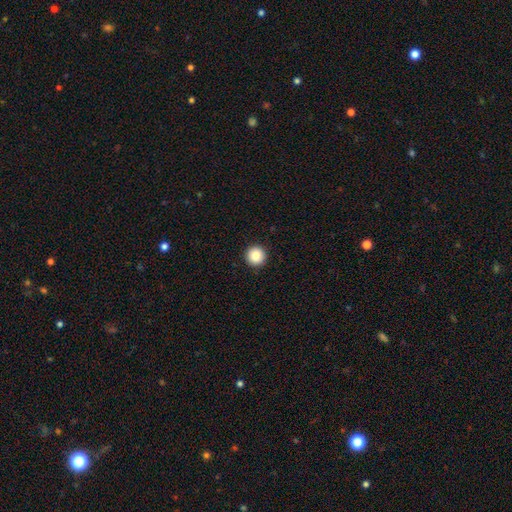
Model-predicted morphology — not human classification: A smooth galaxy with no disk features (87%) that is round (96%).

Vote fractions:
- Smooth or featured? smooth: 87% / star or artifact: 9% / featured or disk: 4%
- How rounded? round: 96% / in between: 3% / cigar-shaped: 1%
- Merging? none: 93% / minor disturbance: 4% / major disturbance: 2% / merger: 1%